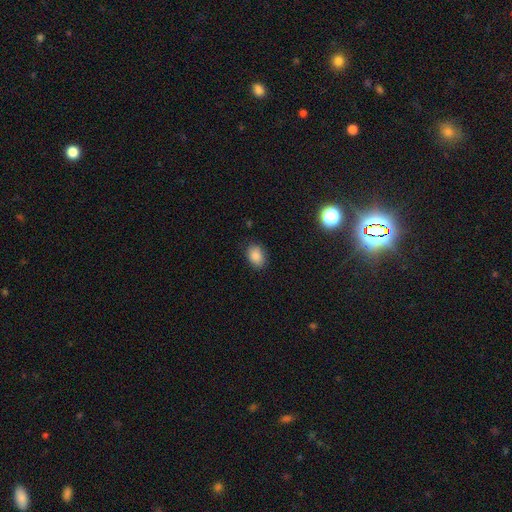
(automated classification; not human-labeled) A smooth galaxy with no disk features (87%) that is in between round and cigar-shaped (77%).

Vote fractions:
- Smooth or featured? smooth: 87% / star or artifact: 9% / featured or disk: 4%
- How rounded? in between: 77% / round: 22% / cigar-shaped: 1%
- Merging? none: 84% / minor disturbance: 12% / major disturbance: 3% / merger: 1%